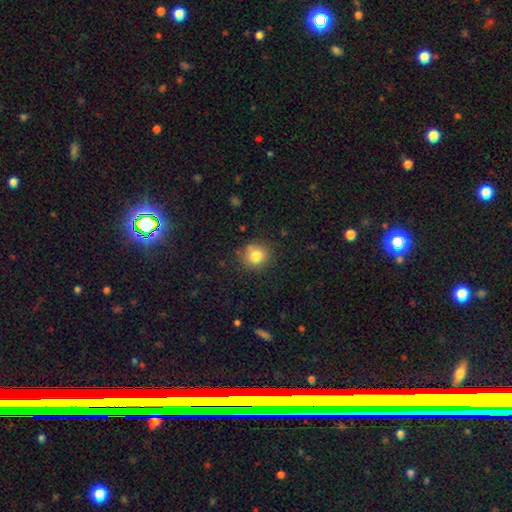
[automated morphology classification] smooth-or-featured: smooth: 81% | star or artifact: 11% | featured or disk: 8%
  how-rounded: round: 84% | in between: 15% | cigar-shaped: 1%
  merging: none: 79% | minor disturbance: 13% | merger: 4% | major disturbance: 4%